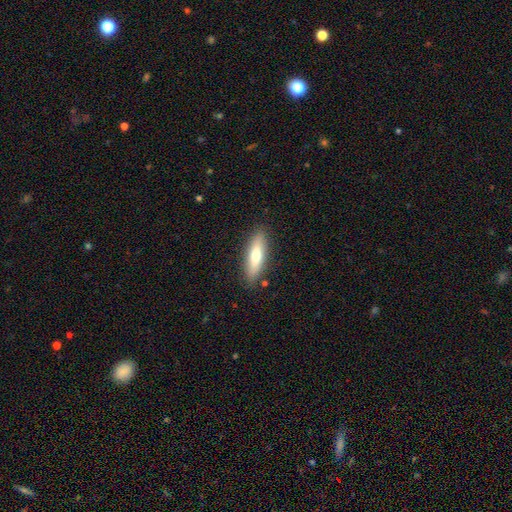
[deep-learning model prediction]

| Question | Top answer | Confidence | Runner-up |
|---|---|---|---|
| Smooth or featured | smooth | 64% | featured or disk (30%) |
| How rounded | cigar-shaped | 55% | in between (43%) |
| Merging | none | 87% | minor disturbance (9%) |